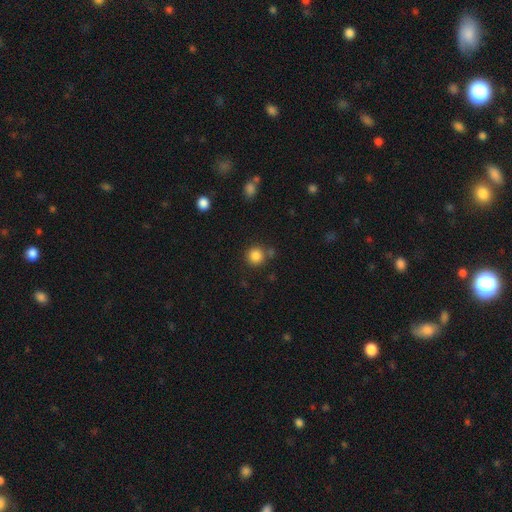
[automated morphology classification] Smooth or featured?
  - smooth: 85% *
  - star or artifact: 11%
  - featured or disk: 4%
How rounded?
  - round: 92% *
  - in between: 7%
  - cigar-shaped: 1%
Merging?
  - none: 77% *
  - merger: 10%
  - minor disturbance: 9%
  - major disturbance: 4%